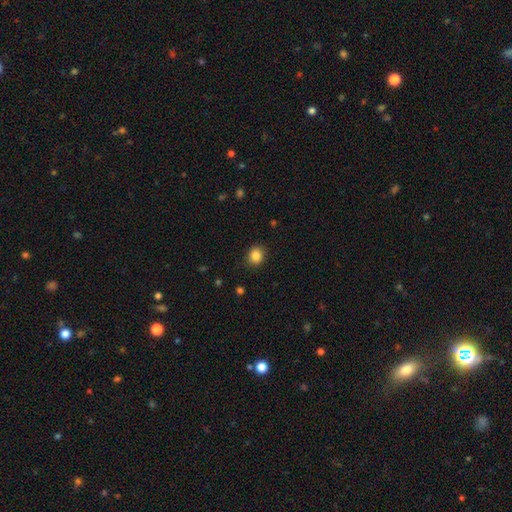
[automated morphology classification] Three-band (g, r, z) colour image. It shows a smooth galaxy with no disk features (86%) that is round (71%). Merging: none (87%).